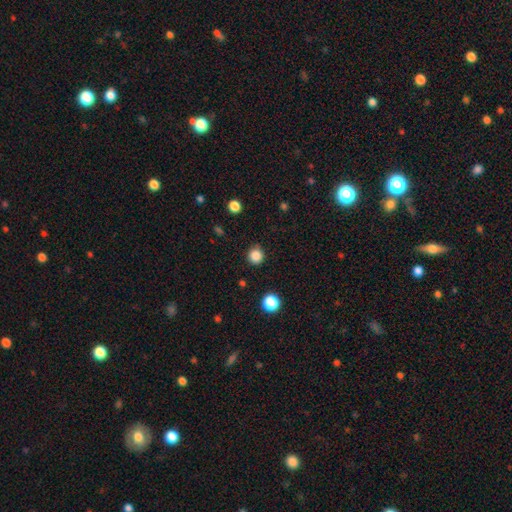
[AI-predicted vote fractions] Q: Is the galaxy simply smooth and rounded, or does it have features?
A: smooth — 85%.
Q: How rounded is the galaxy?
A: round — 93%.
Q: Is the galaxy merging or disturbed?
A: none — 89%.